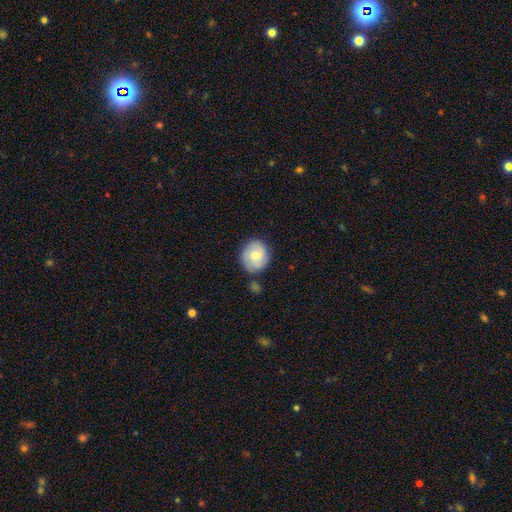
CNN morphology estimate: Q: Smooth or featured?
A: smooth (58%); runner-up: featured or disk (35%)
Q: How rounded?
A: round (81%); runner-up: in between (18%)
Q: Merging?
A: none (74%); runner-up: minor disturbance (16%)